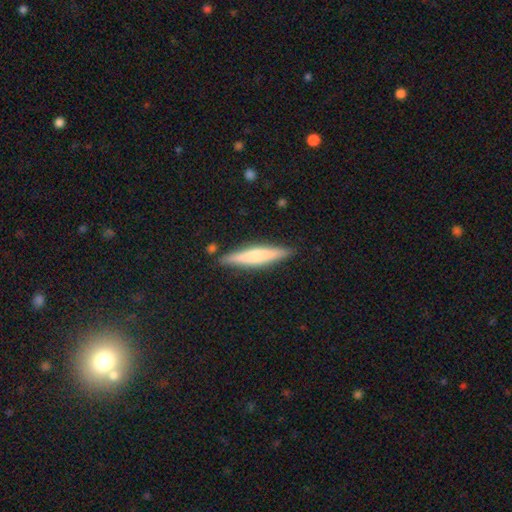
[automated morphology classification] Smooth or featured?
  - smooth: 53% *
  - featured or disk: 41%
  - star or artifact: 6%
How rounded?
  - cigar-shaped: 90% *
  - in between: 9%
  - round: 1%
Merging?
  - none: 87% *
  - minor disturbance: 9%
  - merger: 2%
  - major disturbance: 2%